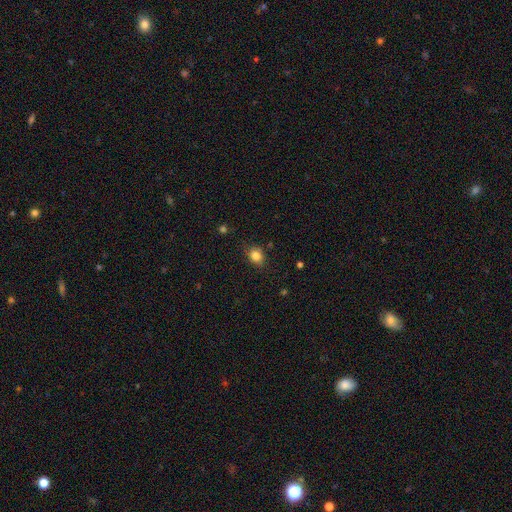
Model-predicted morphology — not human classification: smooth_or_featured: smooth (p=0.82) [alt: star or artifact p=0.11]
how_rounded: round (p=0.59) [alt: in between p=0.40]
merging: none (p=0.81) [alt: minor disturbance p=0.15]